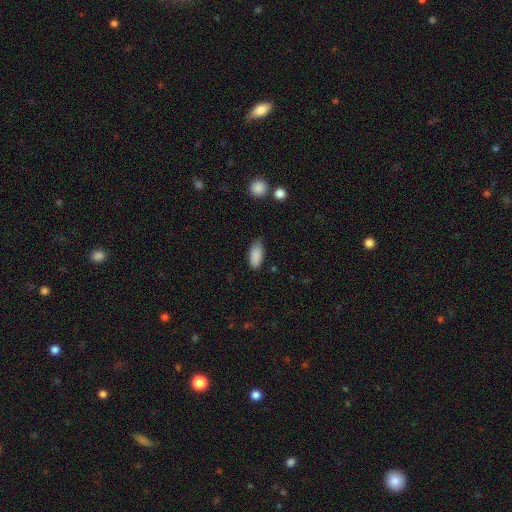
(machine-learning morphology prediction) Smooth or featured? Predicted: smooth (p=0.89). How rounded? Predicted: in between (p=0.87). Merging? Predicted: none (p=0.77).